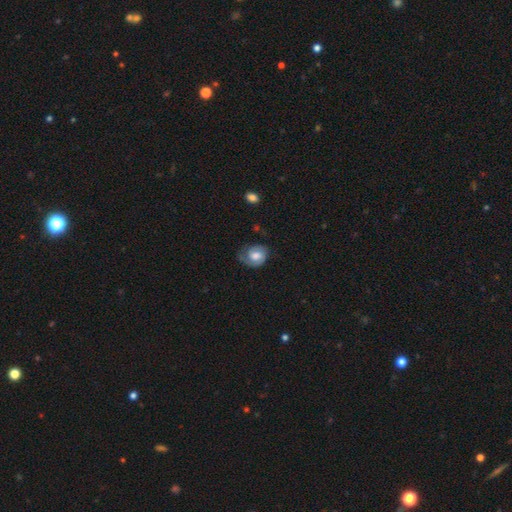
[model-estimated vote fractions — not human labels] This is likely a featured or disk galaxy (62%). It is clearly not viewed edge-on (98%). Bar: possibly no (55%). Spiral arm pattern: clearly yes (90%). Spiral arm count: likely 2 (62%). Spiral winding: possibly tight (49%). Central bulge: possibly moderate (50%). Merging: possibly none (59%).